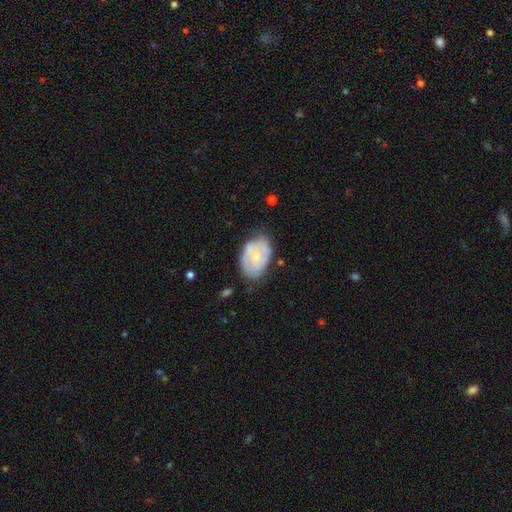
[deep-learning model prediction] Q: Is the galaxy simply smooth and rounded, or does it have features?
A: featured or disk — 56%.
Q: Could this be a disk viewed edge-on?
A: no — 96%.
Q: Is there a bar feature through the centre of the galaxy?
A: no — 71%.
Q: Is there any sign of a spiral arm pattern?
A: yes — 59%.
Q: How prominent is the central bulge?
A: small — 57%.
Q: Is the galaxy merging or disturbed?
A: none — 62%.